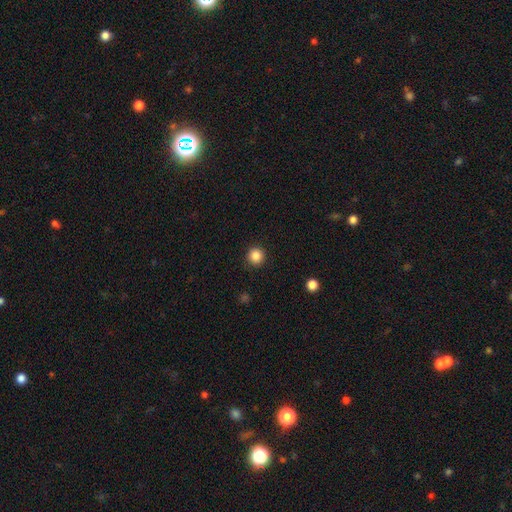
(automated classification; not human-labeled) Smooth or featured? Predicted: smooth (p=0.86). How rounded? Predicted: round (p=0.95). Merging? Predicted: none (p=0.92).